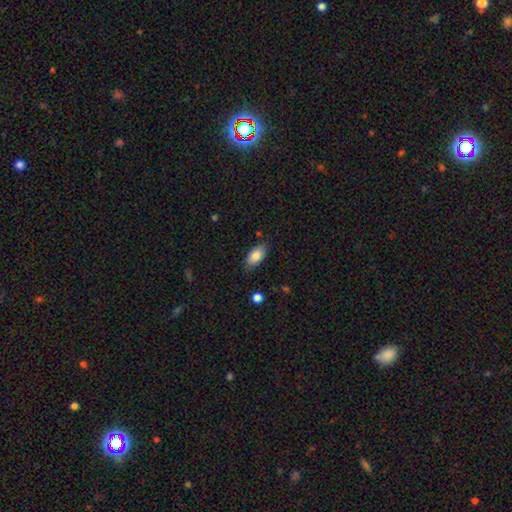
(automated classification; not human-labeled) Q: Smooth or featured?
A: smooth (84%); runner-up: featured or disk (9%)
Q: How rounded?
A: in between (91%); runner-up: cigar-shaped (6%)
Q: Merging?
A: none (83%); runner-up: minor disturbance (13%)